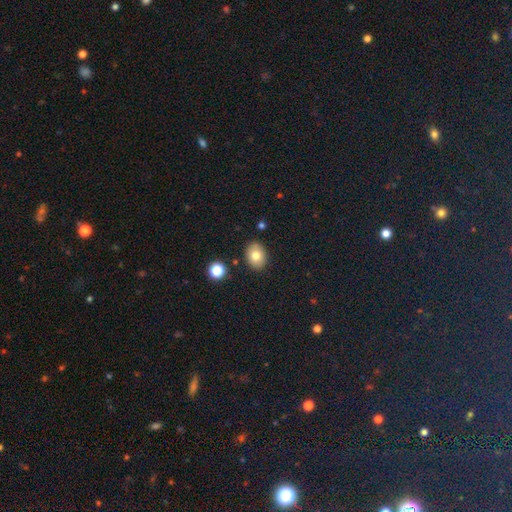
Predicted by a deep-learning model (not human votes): smooth 79%, featured or disk 12%, star or artifact 9%. Down the decision tree: how rounded — in between (69%); merging — none (87%).